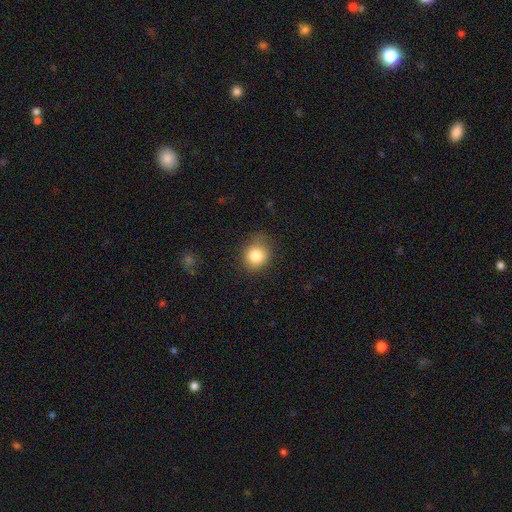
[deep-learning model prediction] Smooth or featured: smooth — 83% (star or artifact — 10%)
How rounded: round — 73% (in between — 26%)
Merging: none — 75% (minor disturbance — 18%)